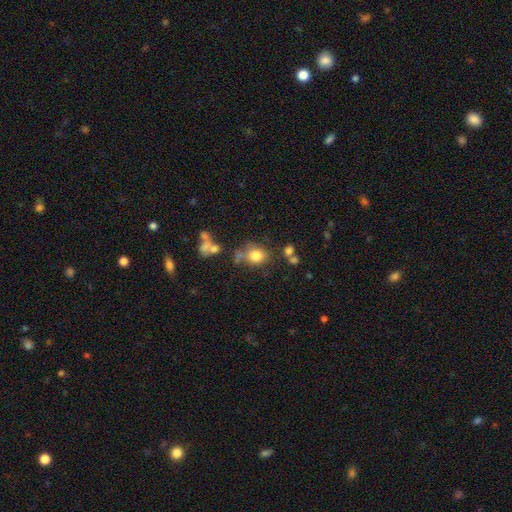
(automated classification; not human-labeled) Smooth or featured? smooth (77%)
How rounded? round (71%)
Merging? none (63%)